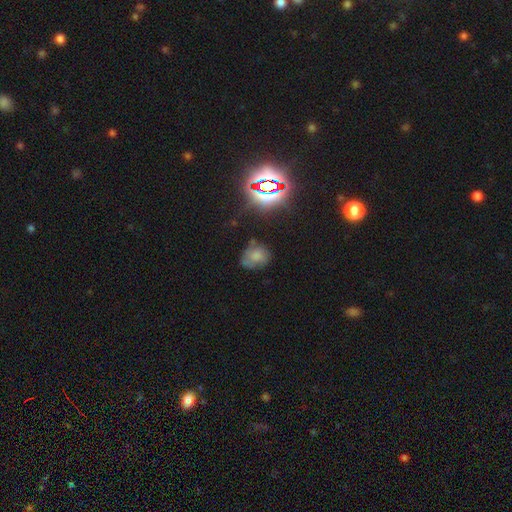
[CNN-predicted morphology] smooth 60%, star or artifact 21%, featured or disk 19%. Down the decision tree: how rounded — round (54%); merging — none (53%).